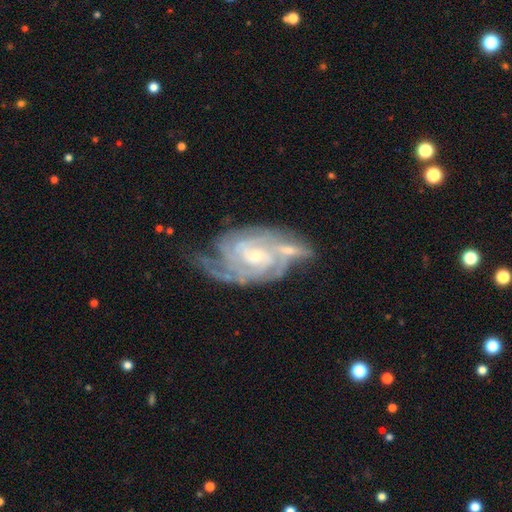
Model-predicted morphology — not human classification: Q: Smooth or featured?
A: featured or disk (89%); runner-up: star or artifact (6%)
Q: Edge-on disk?
A: no (97%); runner-up: yes (3%)
Q: Bar?
A: no (52%); runner-up: weak (38%)
Q: Spiral arms?
A: yes (97%); runner-up: no (3%)
Q: Spiral winding?
A: tight (65%); runner-up: medium (29%)
Q: Spiral arm count?
A: can't tell (25%); tied with: 2 (25%)
Q: Bulge size?
A: small (68%); runner-up: moderate (28%)
Q: Merging?
A: none (45%); runner-up: minor disturbance (22%)